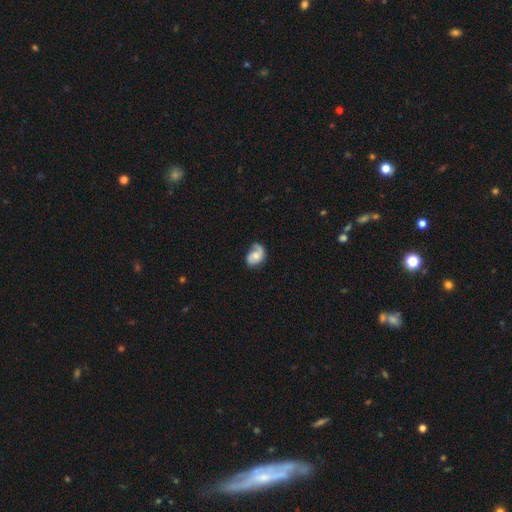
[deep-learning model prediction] Overall: featured or disk (63%; smooth 30%). Edge-on disk: no (97%). Bar: no (67%; weak 28%). Spiral arms: yes (90%). Spiral arm count: 2 (53%; 1 36%). Spiral winding: medium (40%; loose 31%). Bulge size: moderate (51%; small 37%). Merging: none (57%; minor disturbance 27%).